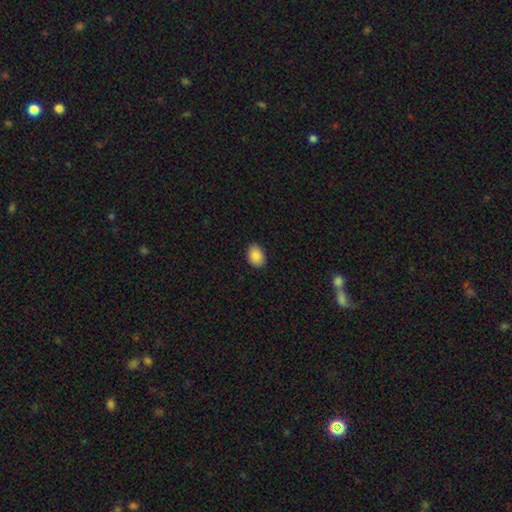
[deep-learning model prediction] smooth_or_featured: smooth (p=0.89) [alt: star or artifact p=0.07]
how_rounded: in between (p=0.77) [alt: round p=0.22]
merging: none (p=0.88) [alt: minor disturbance p=0.09]